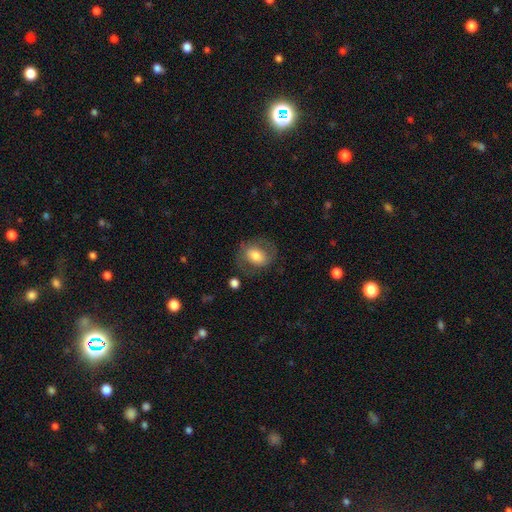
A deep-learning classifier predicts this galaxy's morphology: A smooth galaxy with no disk features (61%) that is in between round and cigar-shaped (55%).

Vote fractions:
- Smooth or featured? smooth: 61% / featured or disk: 31% / star or artifact: 8%
- How rounded? in between: 55% / round: 44% / cigar-shaped: 1%
- Merging? none: 67% / minor disturbance: 18% / major disturbance: 13% / merger: 2%